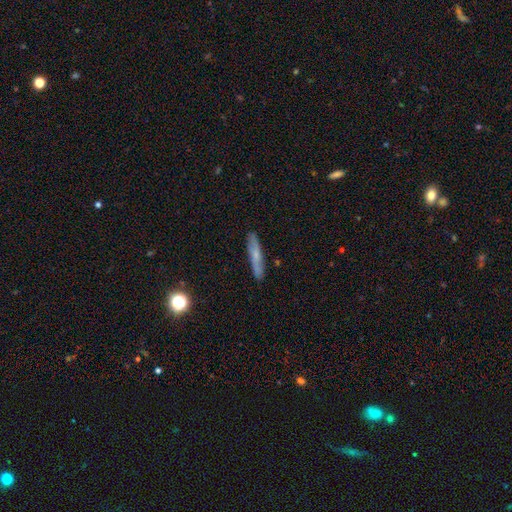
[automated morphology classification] Overall: smooth (57%; featured or disk 36%). How rounded: cigar-shaped (91%). Merging: none (86%).